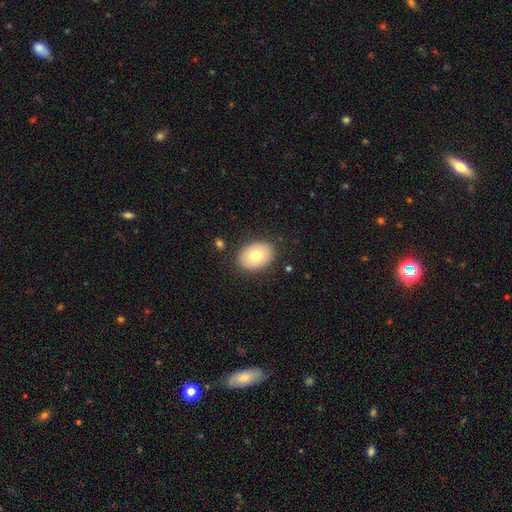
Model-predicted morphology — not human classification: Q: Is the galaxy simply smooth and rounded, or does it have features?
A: smooth — 76%.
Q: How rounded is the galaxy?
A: in between — 76%.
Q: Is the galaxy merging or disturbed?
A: none — 86%.